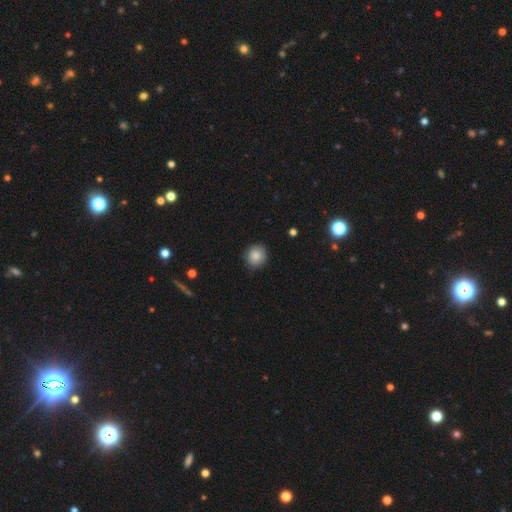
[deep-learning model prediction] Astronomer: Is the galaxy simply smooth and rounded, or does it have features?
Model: smooth — 84%.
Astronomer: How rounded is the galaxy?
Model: round — 84%.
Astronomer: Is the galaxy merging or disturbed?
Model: none — 82%.